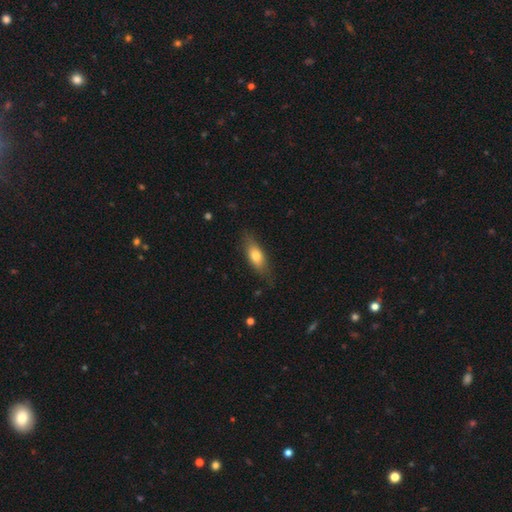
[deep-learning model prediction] This appears to be a smooth galaxy with no disk features (72%) that is in between round and cigar-shaped (70%). Merging: none (74%).